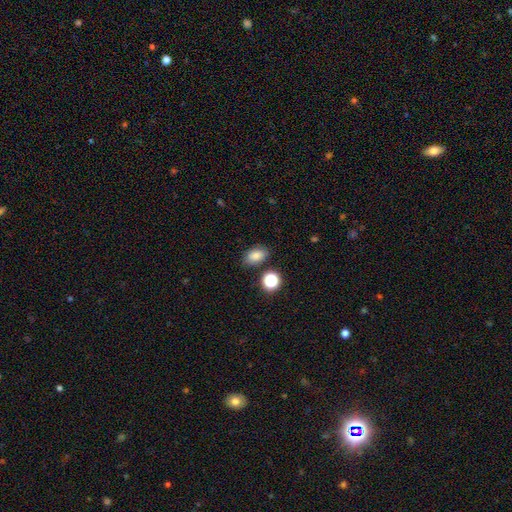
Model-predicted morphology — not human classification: Overall: smooth (78%). How rounded: in between (84%). Merging: none (81%).